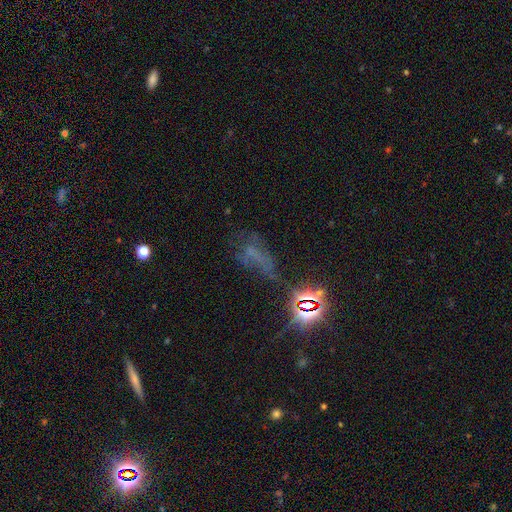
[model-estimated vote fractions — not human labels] Smooth or featured?
  - star or artifact: 51% *
  - featured or disk: 25%
  - smooth: 23%